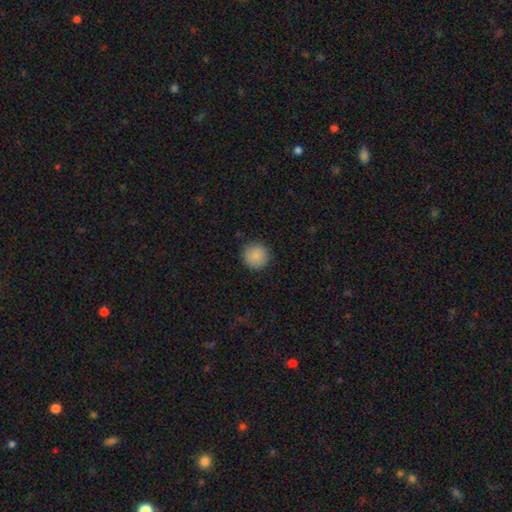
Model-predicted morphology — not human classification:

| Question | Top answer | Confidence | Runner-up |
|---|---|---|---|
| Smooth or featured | smooth | 87% | star or artifact (8%) |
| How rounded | round | 95% | in between (4%) |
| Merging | none | 89% | minor disturbance (8%) |